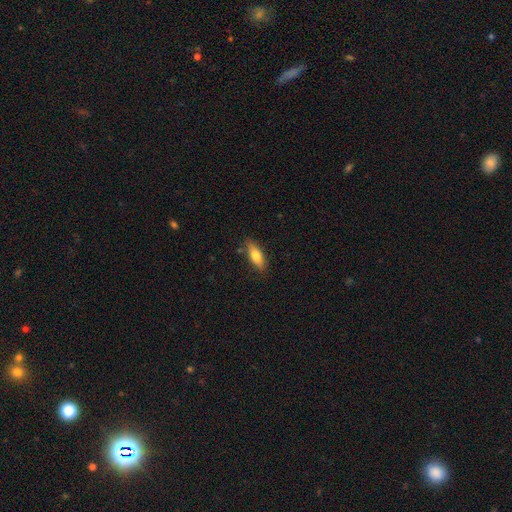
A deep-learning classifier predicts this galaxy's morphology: type=smooth (74%); roundness=in between (69%); merging=none (79%).